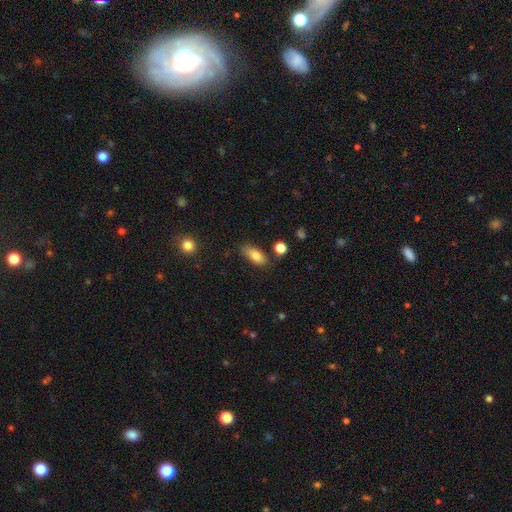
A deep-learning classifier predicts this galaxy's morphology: This is clearly a smooth galaxy (81%). How rounded: clearly in between (83%). Merging: likely none (71%).